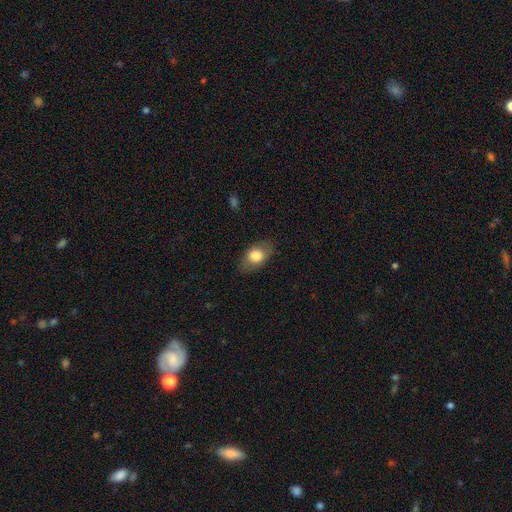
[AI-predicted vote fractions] A smooth galaxy with no disk features (77%) that is in between round and cigar-shaped (86%).

Vote fractions:
- Smooth or featured? smooth: 77% / featured or disk: 16% / star or artifact: 7%
- How rounded? in between: 86% / round: 12% / cigar-shaped: 2%
- Merging? none: 81% / minor disturbance: 14% / major disturbance: 4% / merger: 1%